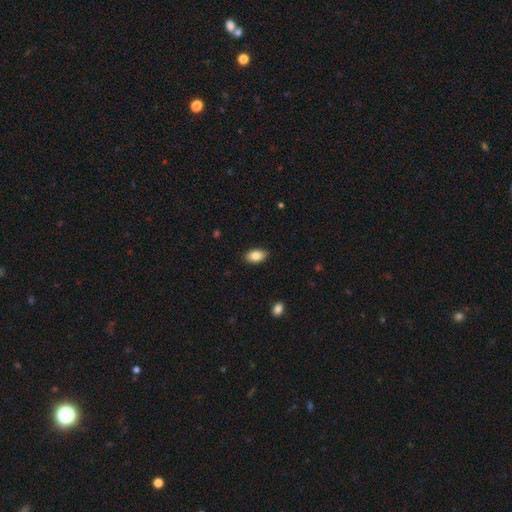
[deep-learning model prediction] Q: Smooth or featured?
A: smooth (85%); runner-up: featured or disk (7%)
Q: How rounded?
A: in between (92%); runner-up: round (5%)
Q: Merging?
A: none (88%); runner-up: minor disturbance (9%)